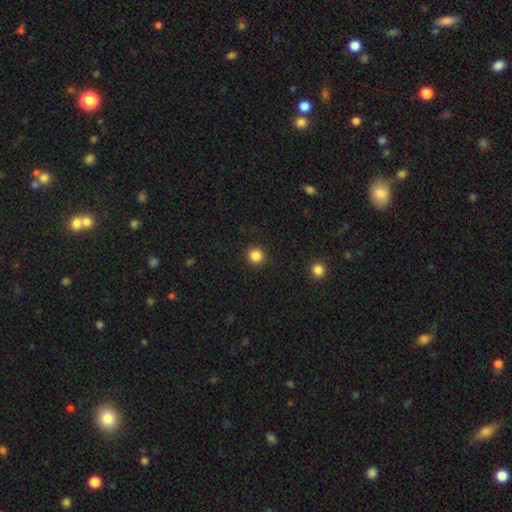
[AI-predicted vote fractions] smooth_or_featured: smooth (p=0.85) [alt: star or artifact p=0.11]
how_rounded: round (p=0.94) [alt: in between p=0.05]
merging: none (p=0.92) [alt: minor disturbance p=0.05]